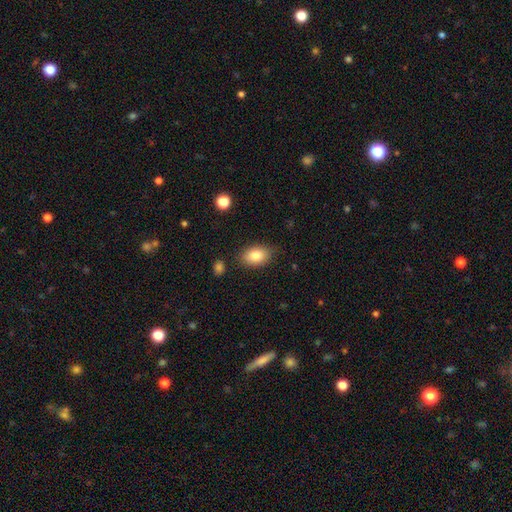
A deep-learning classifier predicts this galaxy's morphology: The model was most divided on "merging": none: 80%, minor disturbance: 14%, major disturbance: 3%, merger: 2%. More confident: how rounded — in between (86%); smooth or featured — smooth (82%).